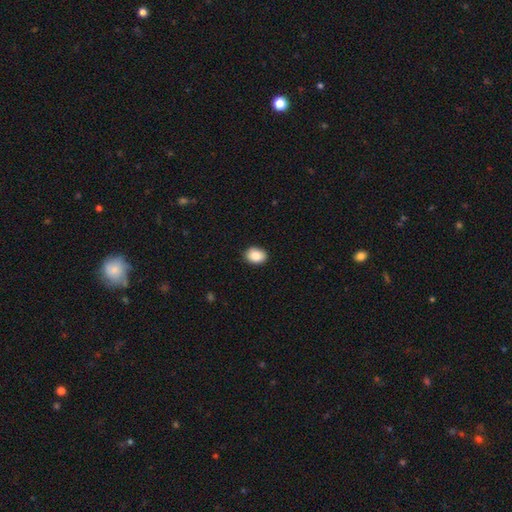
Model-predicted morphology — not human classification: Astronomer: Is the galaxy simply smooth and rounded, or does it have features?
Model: smooth — 87%.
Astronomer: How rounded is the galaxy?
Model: in between — 65%.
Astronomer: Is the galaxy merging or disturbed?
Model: none — 90%.